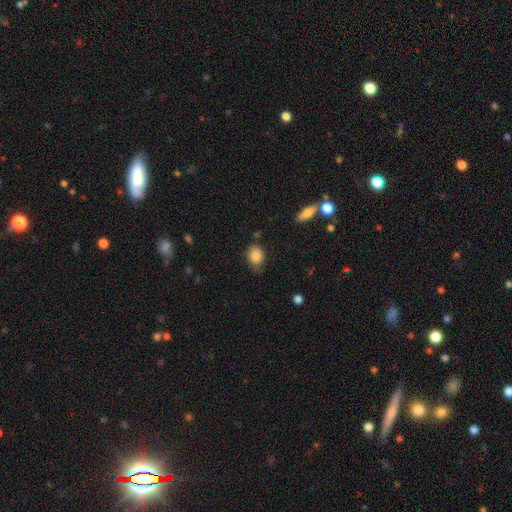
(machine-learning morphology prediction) smooth_or_featured: smooth (p=0.84) [alt: star or artifact p=0.08]
how_rounded: in between (p=0.61) [alt: round p=0.38]
merging: none (p=0.64) [alt: minor disturbance p=0.27]